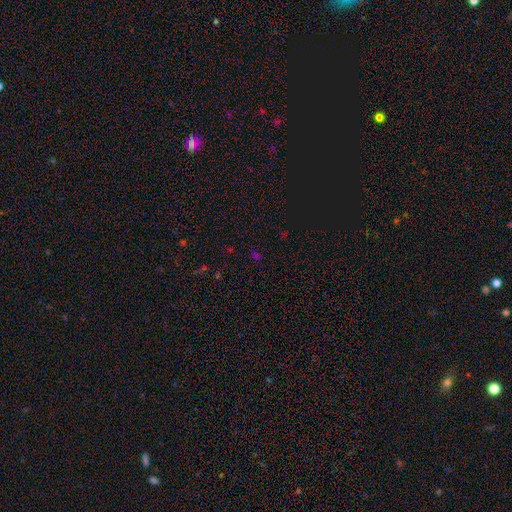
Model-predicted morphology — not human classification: This appears to be a star or artifact, not a galaxy (54%).